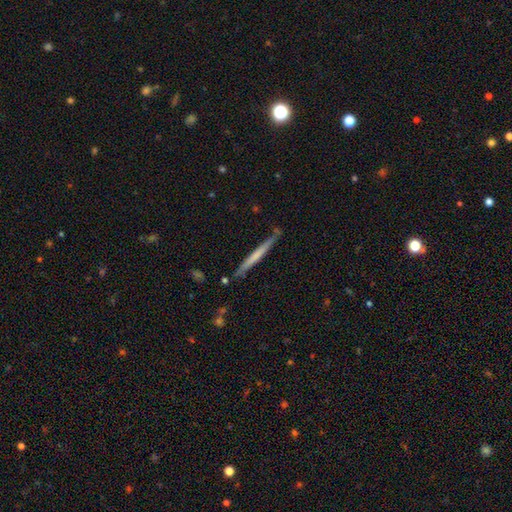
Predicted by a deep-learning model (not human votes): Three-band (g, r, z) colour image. It shows a smooth galaxy with no disk features (49%). Merging: none (85%).